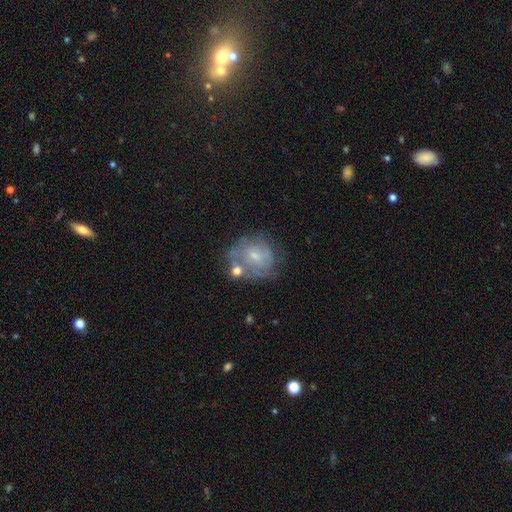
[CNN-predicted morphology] Smooth or featured? Predicted: featured or disk (p=0.64). Edge-on disk? Predicted: no (p=0.98). Bar? Predicted: no (p=0.66). Spiral arms? Predicted: yes (p=0.73). Bulge size? Predicted: small (p=0.68). Merging? Predicted: none (p=0.50).